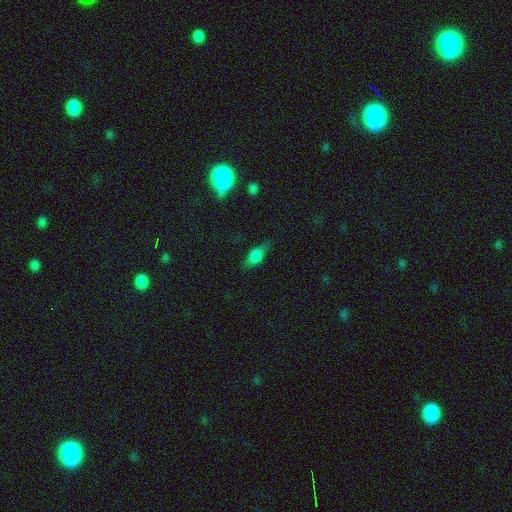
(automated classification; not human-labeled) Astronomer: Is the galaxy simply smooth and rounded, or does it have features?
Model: smooth — 70%.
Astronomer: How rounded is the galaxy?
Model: in between — 77%.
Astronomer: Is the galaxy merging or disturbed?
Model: none — 67%.